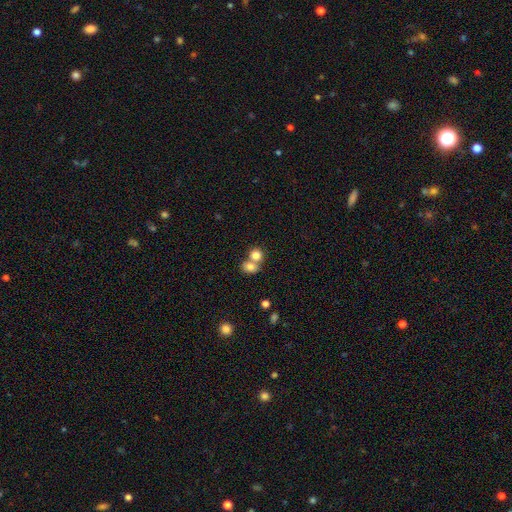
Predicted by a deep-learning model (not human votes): Smooth or featured? Predicted: smooth (p=0.80). How rounded? Predicted: round (p=0.68). Merging? Predicted: merger (p=0.58).